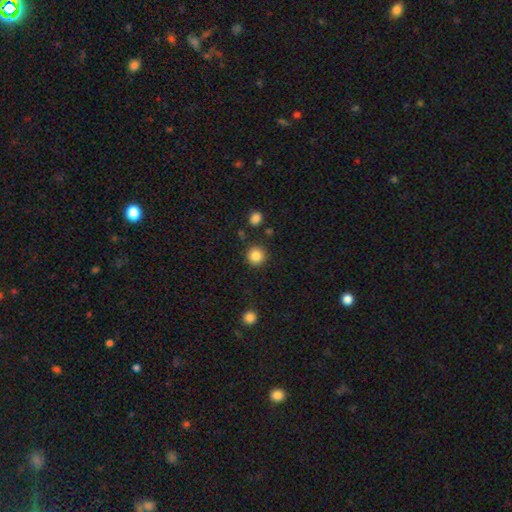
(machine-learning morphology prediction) A smooth galaxy with no disk features (86%) that is round (94%).

Vote fractions:
- Smooth or featured? smooth: 86% / star or artifact: 10% / featured or disk: 4%
- How rounded? round: 94% / in between: 5% / cigar-shaped: 1%
- Merging? none: 87% / minor disturbance: 7% / merger: 3% / major disturbance: 3%